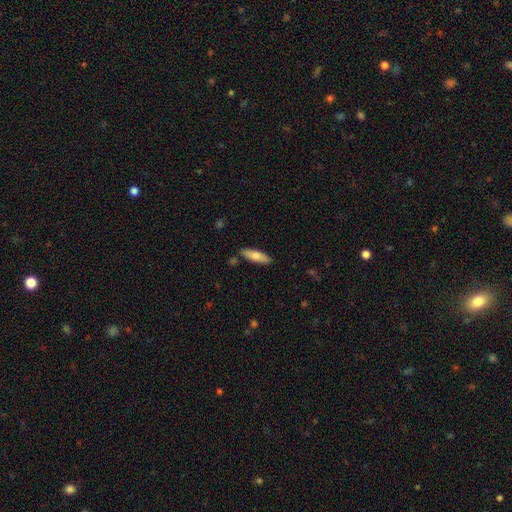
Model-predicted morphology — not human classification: Smooth or featured? Predicted: smooth (p=0.74). How rounded? Predicted: cigar-shaped (p=0.53). Merging? Predicted: none (p=0.84).